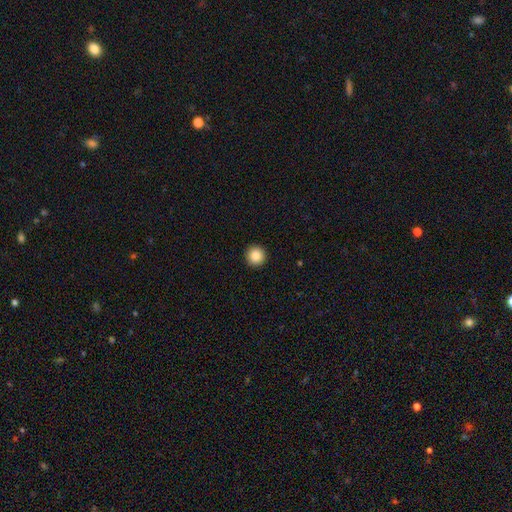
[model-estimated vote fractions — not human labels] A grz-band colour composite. It shows a smooth galaxy with no disk features (87%) that is round (96%). Merging: none (94%).